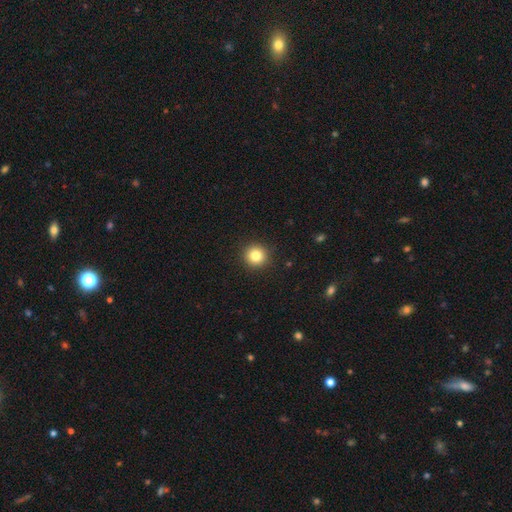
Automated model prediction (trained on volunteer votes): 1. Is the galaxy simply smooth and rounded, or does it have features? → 83% smooth, 11% star or artifact, 6% featured or disk.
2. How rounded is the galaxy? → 95% round, 4% in between, 1% cigar-shaped.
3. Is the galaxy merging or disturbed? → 92% none, 5% minor disturbance, 2% major disturbance, 1% merger.